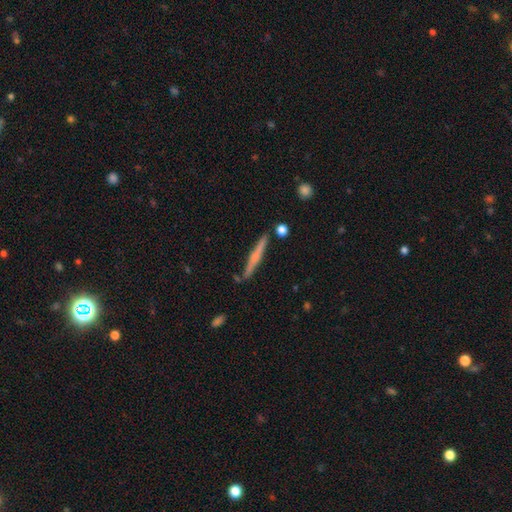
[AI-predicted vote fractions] This appears to be a featured or disk galaxy (52%) viewed edge-on (97%) with no central bulge (46%). Merging: none (85%).